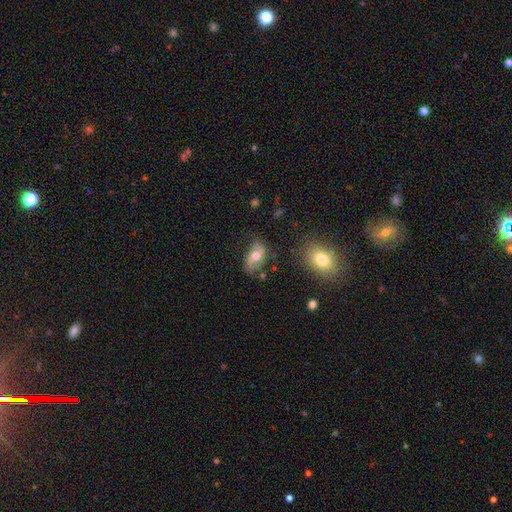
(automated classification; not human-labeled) Smooth or featured: featured or disk — 51% (smooth — 41%)
Edge-on disk: no — 93% (yes — 7%)
Merging: none — 66% (minor disturbance — 22%)